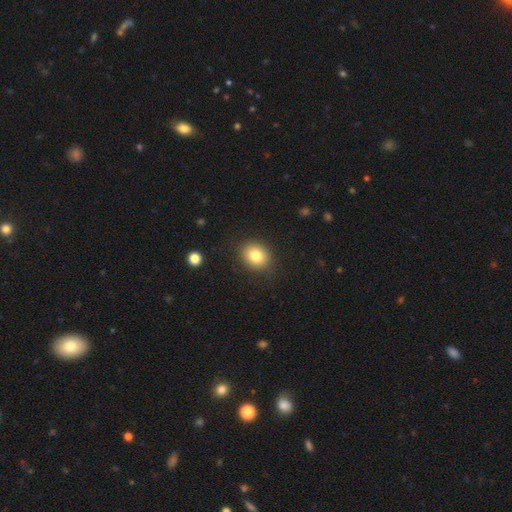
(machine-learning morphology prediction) Smooth or featured? smooth (82%)
How rounded? round (63%)
Merging? none (87%)